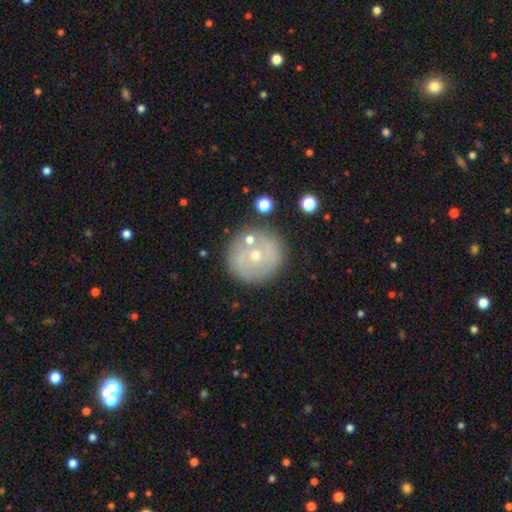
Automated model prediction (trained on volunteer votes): Q: Smooth or featured?
A: featured or disk (49%); runner-up: smooth (40%)
Q: Merging?
A: none (78%); runner-up: minor disturbance (11%)